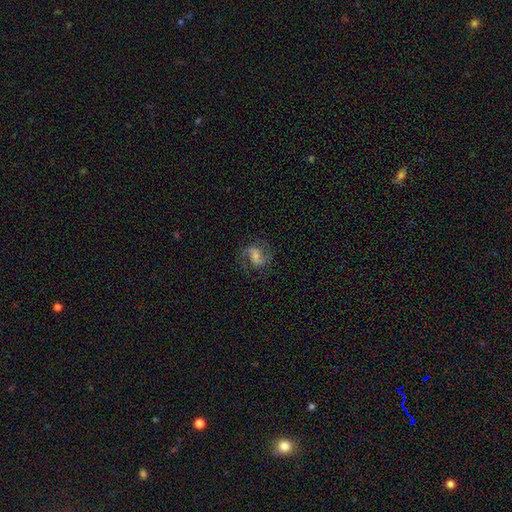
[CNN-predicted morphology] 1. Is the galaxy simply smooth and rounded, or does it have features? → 81% featured or disk, 11% smooth, 8% star or artifact.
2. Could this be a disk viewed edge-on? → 98% no, 2% yes.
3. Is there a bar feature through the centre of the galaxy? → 51% weak, 26% no, 23% strong.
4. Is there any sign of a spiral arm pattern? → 96% yes, 4% no.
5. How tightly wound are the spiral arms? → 51% medium, 36% loose, 13% tight.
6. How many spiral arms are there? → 91% 2, 3% can't tell, 2% 1, 2% 3, 1% 4, 1% more than 4.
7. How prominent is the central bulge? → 44% small, 31% moderate, 19% none, 5% large, 1% dominant.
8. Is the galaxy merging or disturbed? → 78% none, 13% minor disturbance, 8% major disturbance, 1% merger.